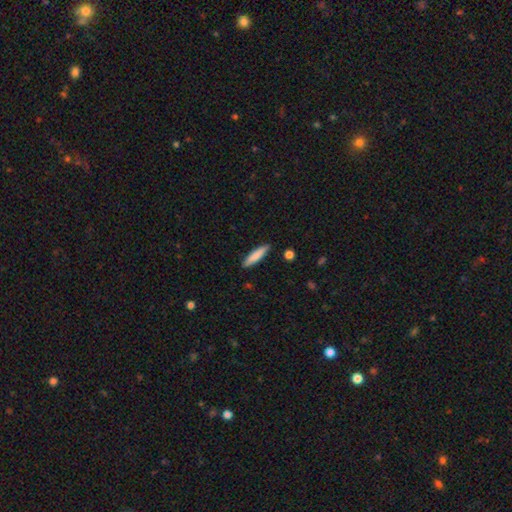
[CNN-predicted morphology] type=smooth (82%); roundness=cigar-shaped (80%); merging=none (89%).